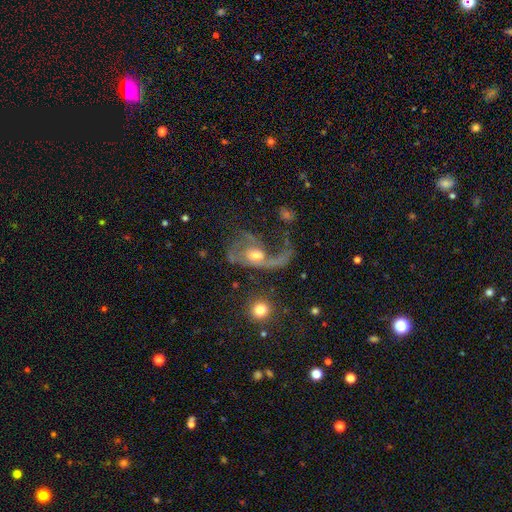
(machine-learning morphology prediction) Smooth or featured: featured or disk — 75% (smooth — 17%)
Edge-on disk: no — 96% (yes — 4%)
Bar: no — 62% (weak — 30%)
Spiral arms: yes — 82% (no — 18%)
Spiral winding: loose — 66% (medium — 26%)
Spiral arm count: 1 — 49% (2 — 34%)
Bulge size: moderate — 59% (small — 29%)
Merging: major disturbance — 57% (none — 23%)